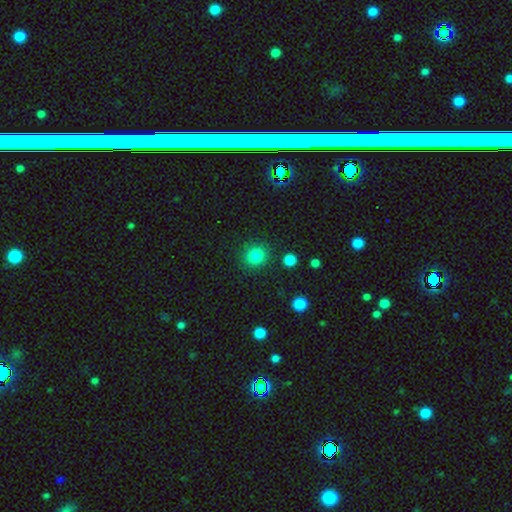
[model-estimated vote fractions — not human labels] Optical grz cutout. It shows a smooth galaxy with no disk features (84%) that is round (85%). Merging: none (87%).